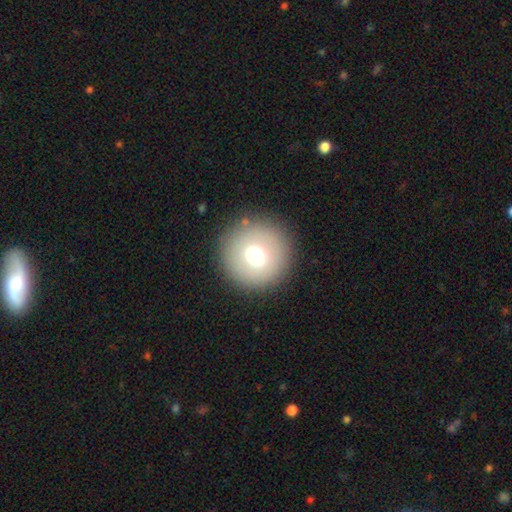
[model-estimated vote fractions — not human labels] Smooth or featured? smooth (71%)
How rounded? round (96%)
Merging? none (88%)